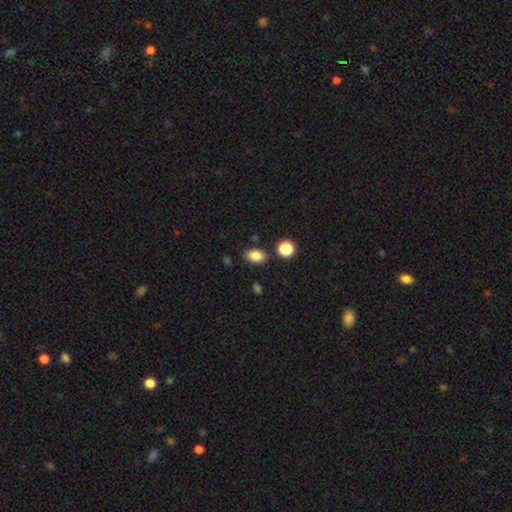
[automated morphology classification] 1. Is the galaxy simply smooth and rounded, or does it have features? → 84% smooth, 10% star or artifact, 6% featured or disk.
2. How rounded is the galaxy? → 83% in between, 15% round, 2% cigar-shaped.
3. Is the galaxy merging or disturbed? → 83% none, 11% minor disturbance, 4% merger, 3% major disturbance.